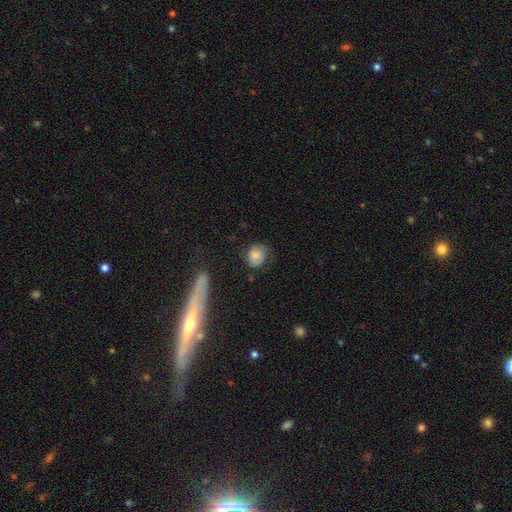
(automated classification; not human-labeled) This is clearly a smooth galaxy (80%). How rounded: likely round (62%). Merging: likely none (67%).